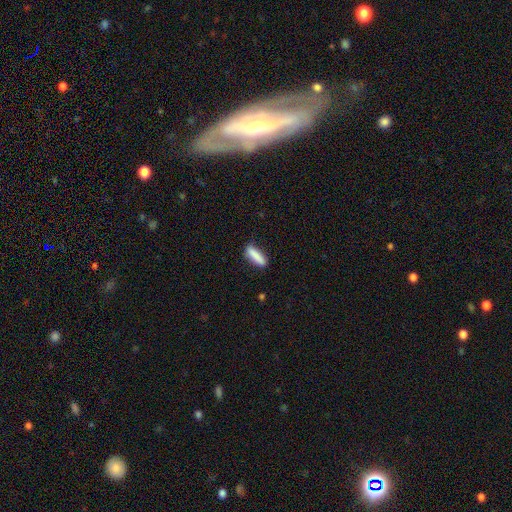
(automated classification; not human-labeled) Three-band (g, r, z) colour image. It shows a smooth galaxy with no disk features (86%) that is cigar-shaped (65%). Merging: none (83%).